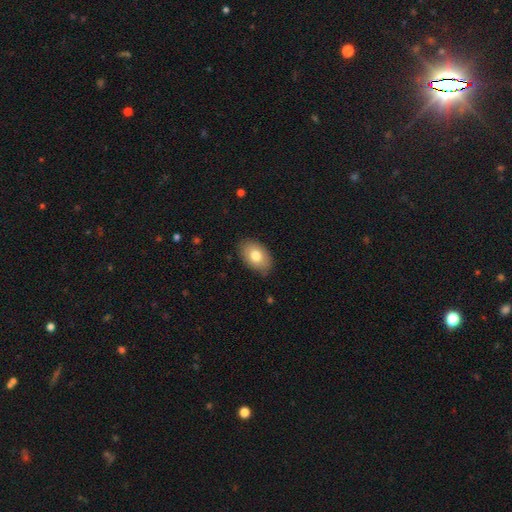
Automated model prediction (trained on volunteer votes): smooth 77%, featured or disk 16%, star or artifact 7%. Down the decision tree: how rounded — in between (90%); merging — none (83%).